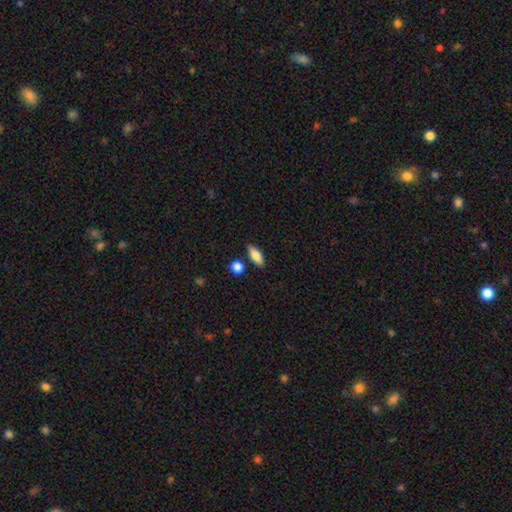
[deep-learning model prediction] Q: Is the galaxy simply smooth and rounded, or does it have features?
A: smooth — 77%.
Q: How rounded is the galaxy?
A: in between — 70%.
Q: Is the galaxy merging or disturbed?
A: none — 82%.